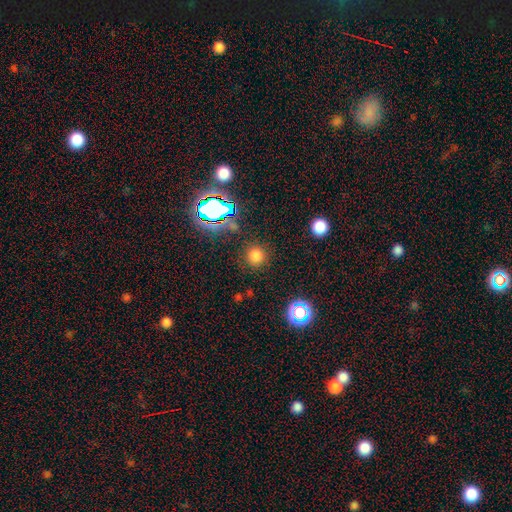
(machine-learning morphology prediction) Smooth or featured? Predicted: smooth (p=0.74). How rounded? Predicted: round (p=0.93). Merging? Predicted: none (p=0.87).